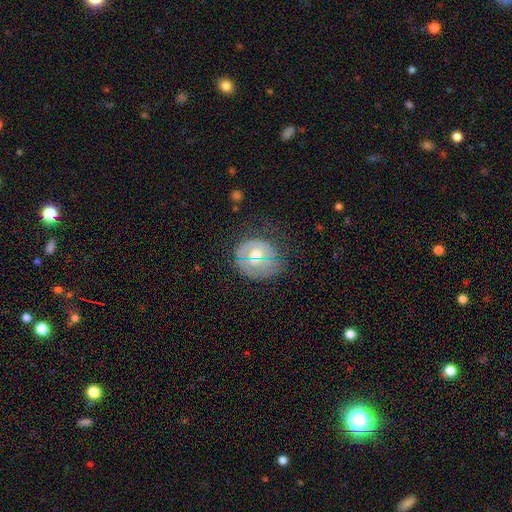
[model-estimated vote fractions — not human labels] Smooth or featured? Predicted: smooth (p=0.49). Merging? Predicted: none (p=0.64).